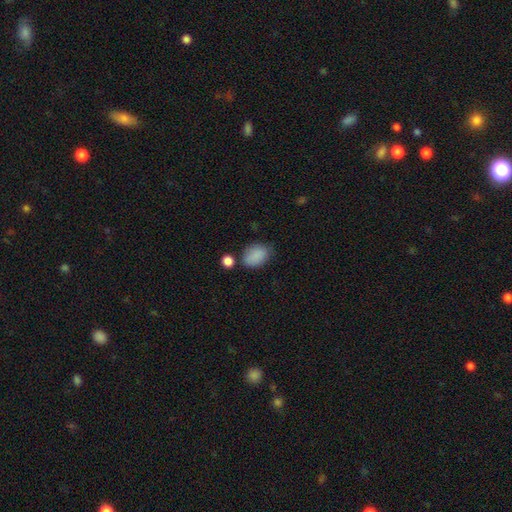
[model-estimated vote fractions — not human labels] A smooth galaxy with no disk features (87%) that is in between round and cigar-shaped (78%). Merging: none (67%).